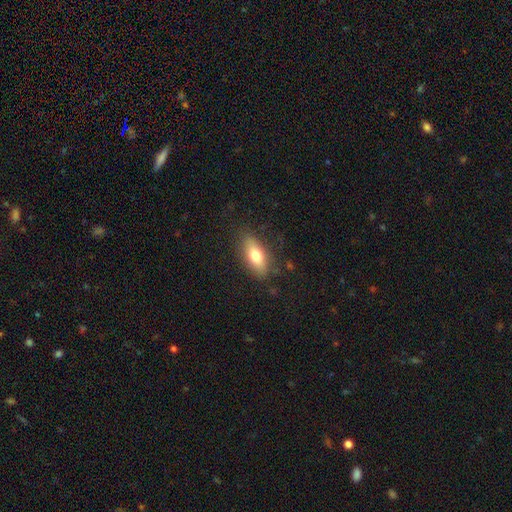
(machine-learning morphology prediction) A smooth galaxy with no disk features (71%) that is in between round and cigar-shaped (78%). Merging: none (82%).